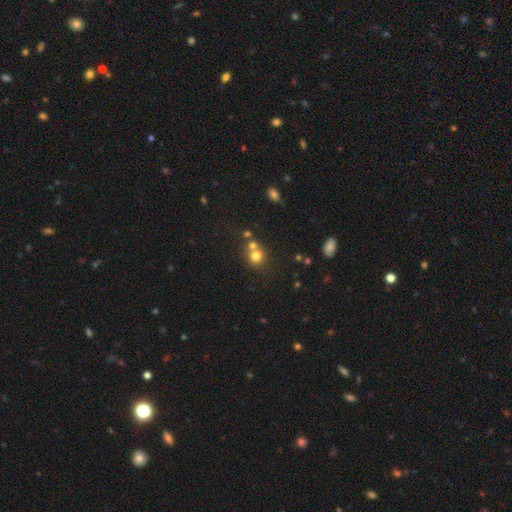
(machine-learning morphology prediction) A smooth galaxy with no disk features (74%) that is round (85%). Merging: none (51%).